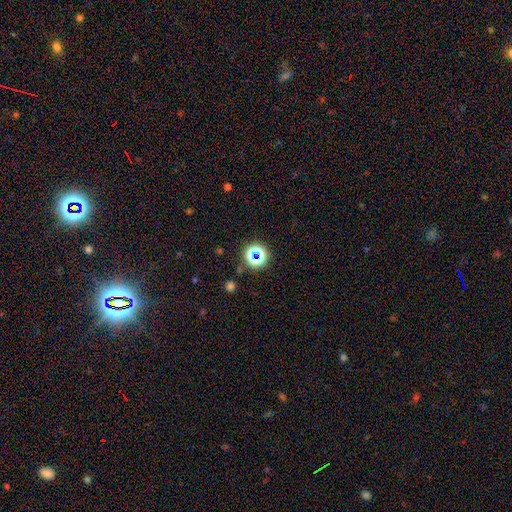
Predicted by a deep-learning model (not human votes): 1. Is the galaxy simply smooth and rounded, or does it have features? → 59% star or artifact, 32% smooth, 9% featured or disk.